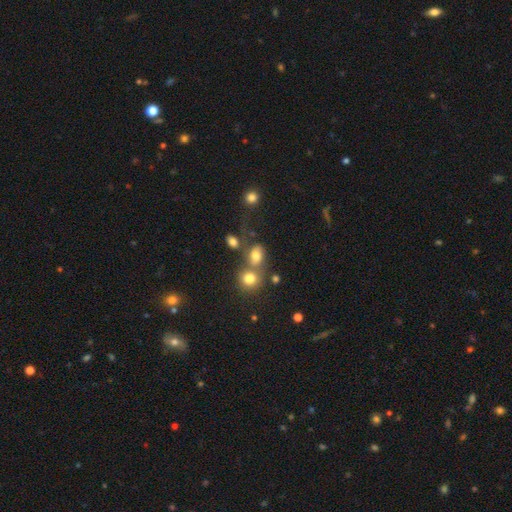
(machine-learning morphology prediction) Smooth or featured? Predicted: smooth (p=0.74). How rounded? Predicted: in between (p=0.58). Merging? Predicted: merger (p=0.40).